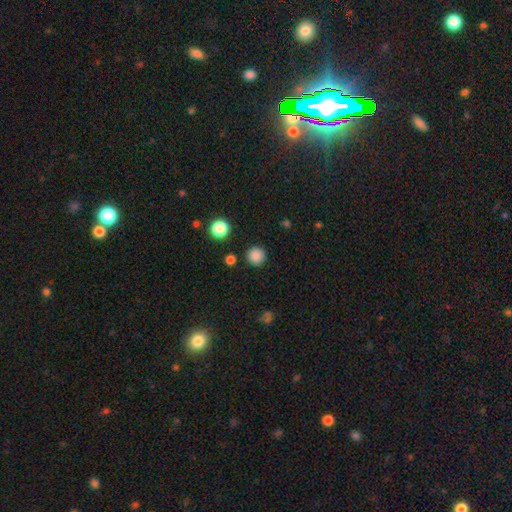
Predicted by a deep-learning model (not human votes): smooth-or-featured: smooth: 85% | star or artifact: 12% | featured or disk: 3%
  how-rounded: round: 95% | in between: 4% | cigar-shaped: 1%
  merging: none: 89% | minor disturbance: 6% | major disturbance: 2% | merger: 2%